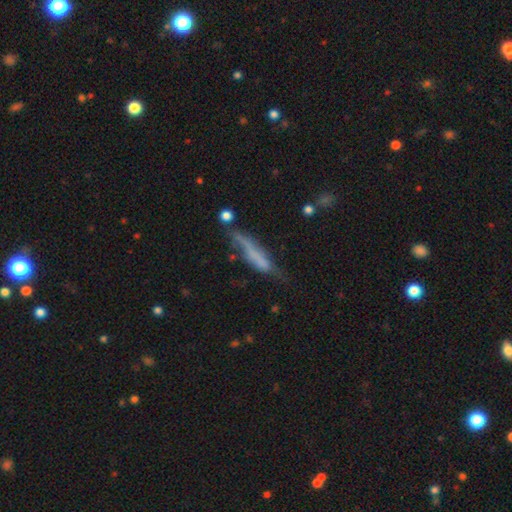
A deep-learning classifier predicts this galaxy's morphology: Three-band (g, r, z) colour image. It shows a smooth galaxy with no disk features (50%) that is cigar-shaped (81%). Merging: none (39%).